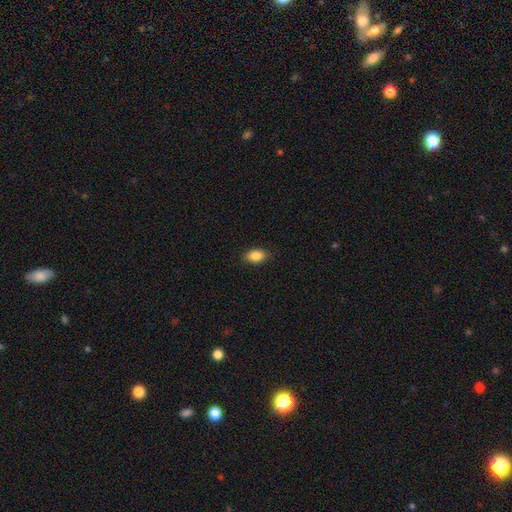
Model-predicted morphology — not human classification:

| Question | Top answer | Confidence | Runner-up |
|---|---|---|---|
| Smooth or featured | smooth | 87% | star or artifact (8%) |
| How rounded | in between | 88% | round (10%) |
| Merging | none | 87% | minor disturbance (10%) |